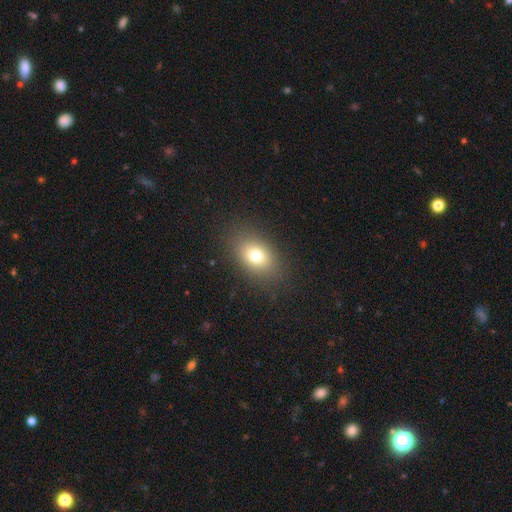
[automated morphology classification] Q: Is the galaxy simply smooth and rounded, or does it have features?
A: smooth — 75%.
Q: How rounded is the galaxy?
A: in between — 78%.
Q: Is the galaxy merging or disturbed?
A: none — 84%.